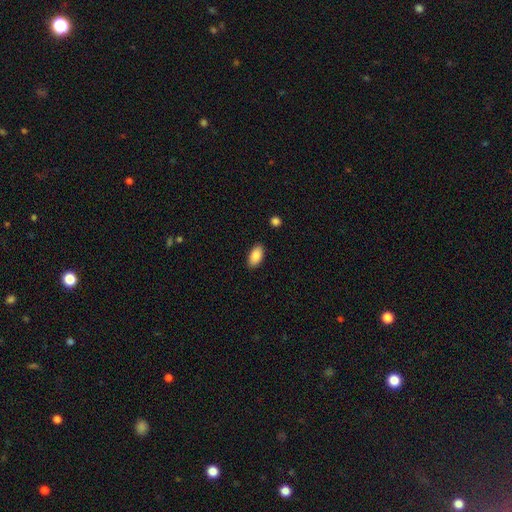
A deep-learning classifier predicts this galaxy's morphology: Smooth or featured: smooth — 88% (star or artifact — 7%)
How rounded: in between — 94% (round — 3%)
Merging: none — 88% (minor disturbance — 9%)